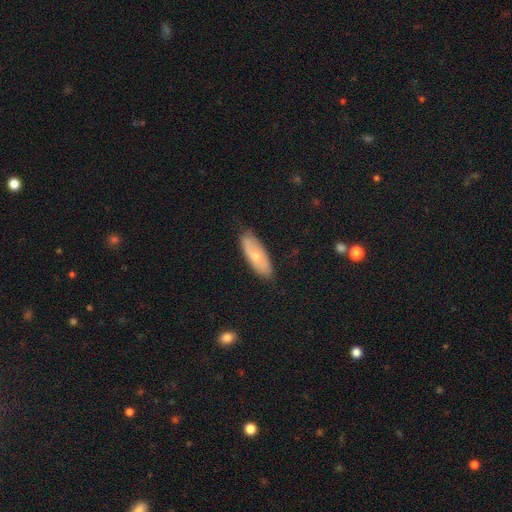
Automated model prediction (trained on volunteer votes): Smooth or featured? smooth (57%)
How rounded? in between (70%)
Merging? none (77%)